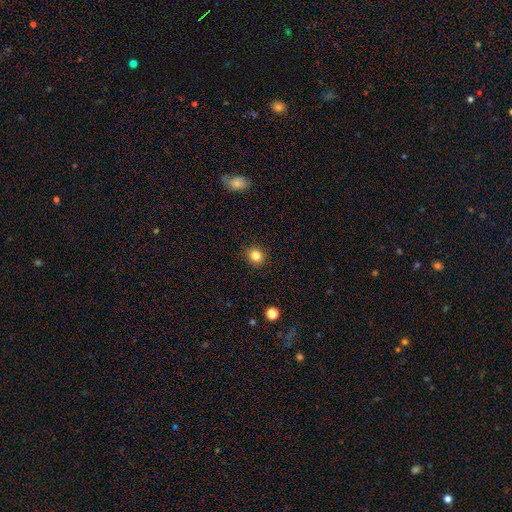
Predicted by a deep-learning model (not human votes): Q: Smooth or featured?
A: smooth (84%); runner-up: star or artifact (11%)
Q: How rounded?
A: round (84%); runner-up: in between (15%)
Q: Merging?
A: none (91%); runner-up: minor disturbance (6%)